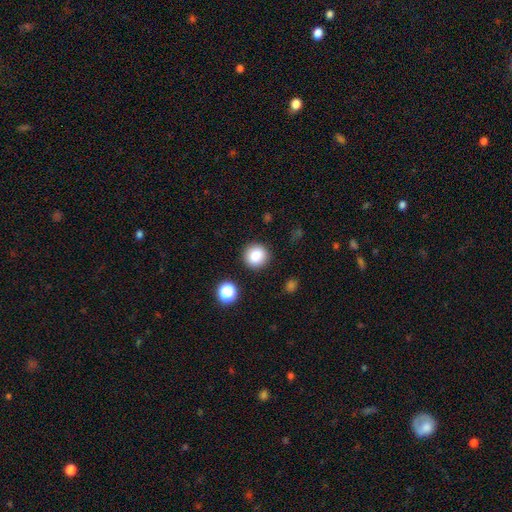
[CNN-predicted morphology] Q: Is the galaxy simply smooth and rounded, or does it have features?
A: smooth — 84%.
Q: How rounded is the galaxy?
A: round — 93%.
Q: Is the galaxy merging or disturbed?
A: none — 89%.